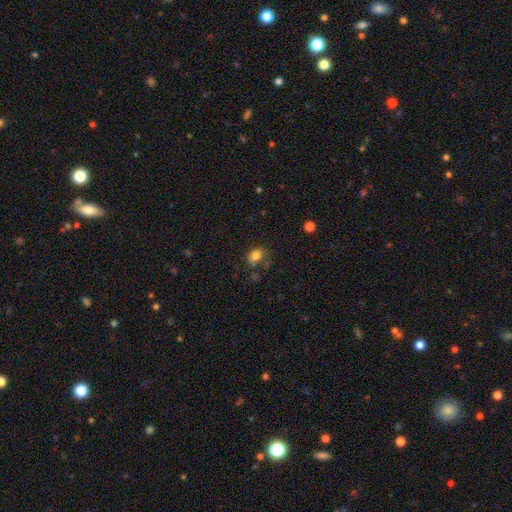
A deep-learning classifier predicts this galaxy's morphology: type=smooth (82%); roundness=in between (53%); merging=none (65%).